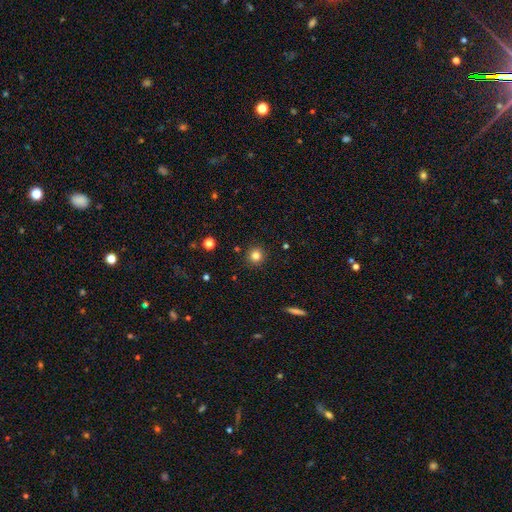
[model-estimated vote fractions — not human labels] Smooth or featured: smooth — 82% (star or artifact — 12%)
How rounded: round — 94% (in between — 5%)
Merging: none — 91% (minor disturbance — 6%)